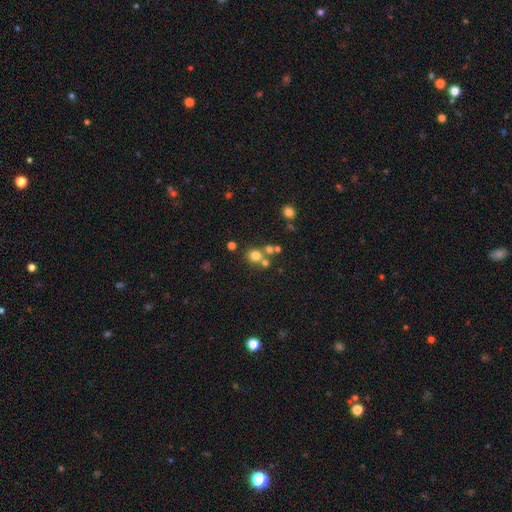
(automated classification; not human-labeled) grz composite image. It shows a smooth galaxy with no disk features (71%) that is round (86%). Merging: none (59%).